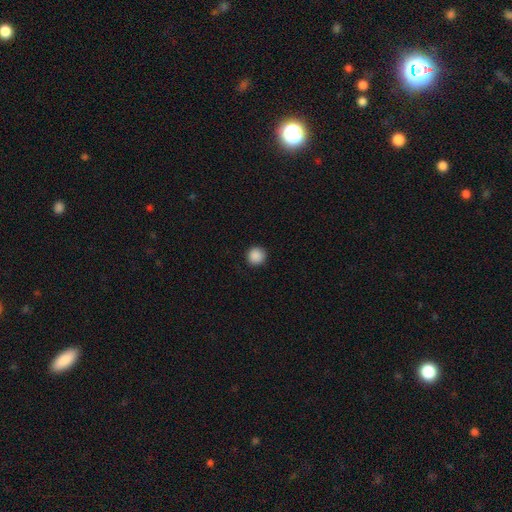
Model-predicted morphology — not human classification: Smooth or featured? smooth (89%)
How rounded? round (95%)
Merging? none (91%)